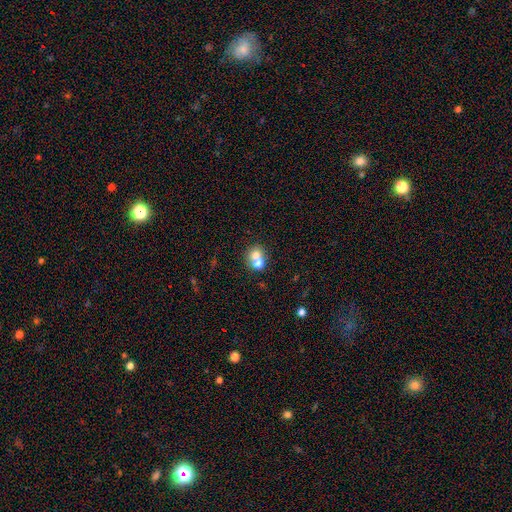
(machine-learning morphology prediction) This is likely a smooth galaxy (68%). How rounded: likely round (78%). Merging: possibly merger (59%).